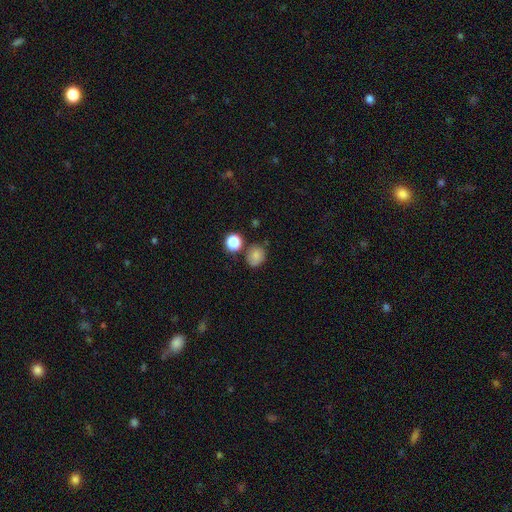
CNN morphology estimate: smooth-or-featured: smooth: 80% | star or artifact: 13% | featured or disk: 7%
  how-rounded: round: 64% | in between: 35% | cigar-shaped: 1%
  merging: none: 69% | minor disturbance: 17% | merger: 9% | major disturbance: 5%